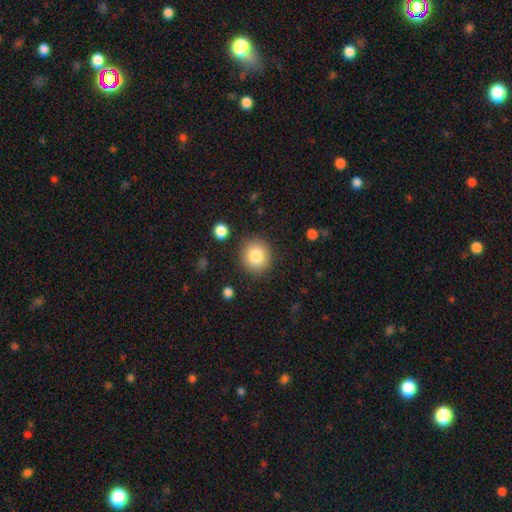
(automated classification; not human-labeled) smooth 83%, star or artifact 9%, featured or disk 8%. Down the decision tree: how rounded — round (88%); merging — none (88%).